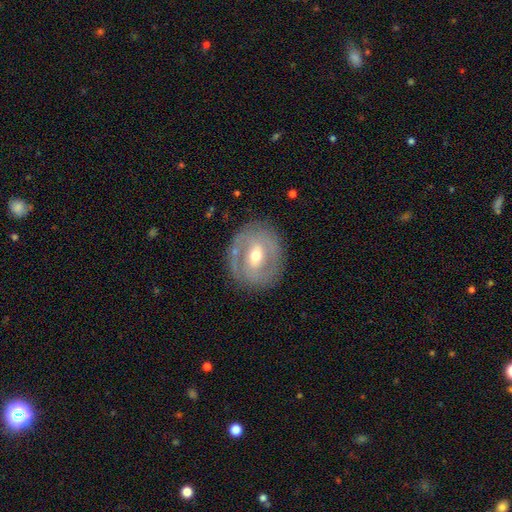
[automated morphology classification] This appears to be a featured or disk galaxy (69%) with a weak bar (45%), spiral arms (55%) and a moderate central bulge (66%). Merging: none (79%).